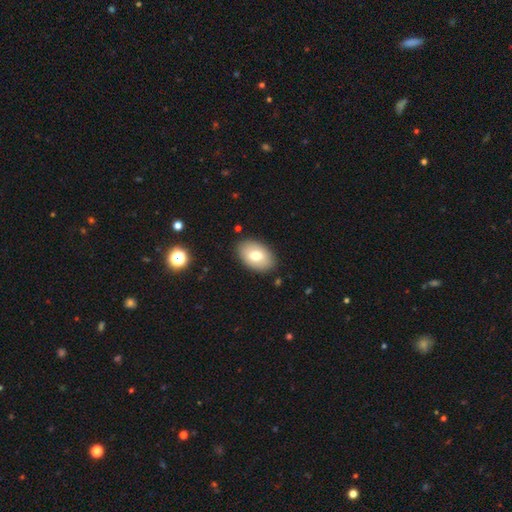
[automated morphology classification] Smooth or featured? Predicted: smooth (p=0.74). How rounded? Predicted: in between (p=0.90). Merging? Predicted: none (p=0.87).